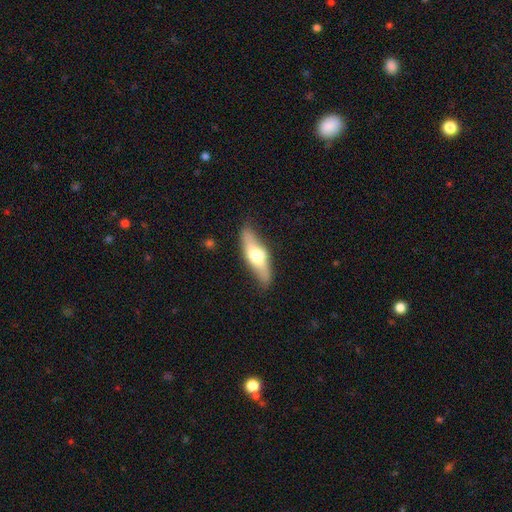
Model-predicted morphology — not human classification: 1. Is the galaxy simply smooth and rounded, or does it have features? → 48% smooth, 47% featured or disk, 6% star or artifact.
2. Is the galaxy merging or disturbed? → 79% none, 16% minor disturbance, 4% major disturbance, 2% merger.